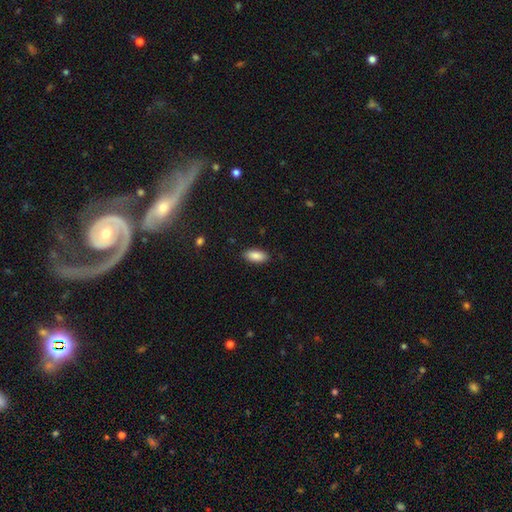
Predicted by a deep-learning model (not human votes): A smooth galaxy with no disk features (88%) that is in between round and cigar-shaped (87%). Merging: none (88%).